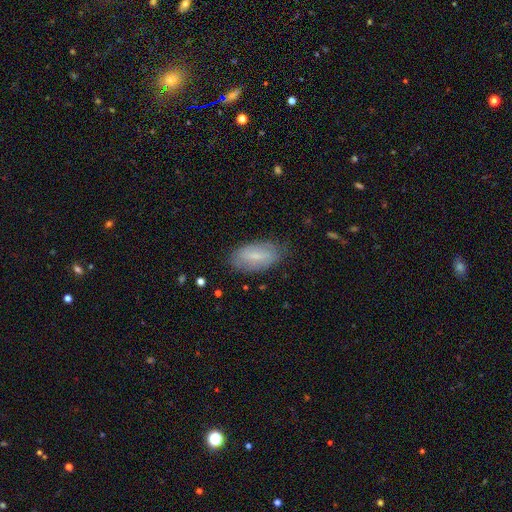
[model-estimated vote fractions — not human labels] This is likely a smooth galaxy (60%). How rounded: clearly in between (89%). Merging: likely none (76%).